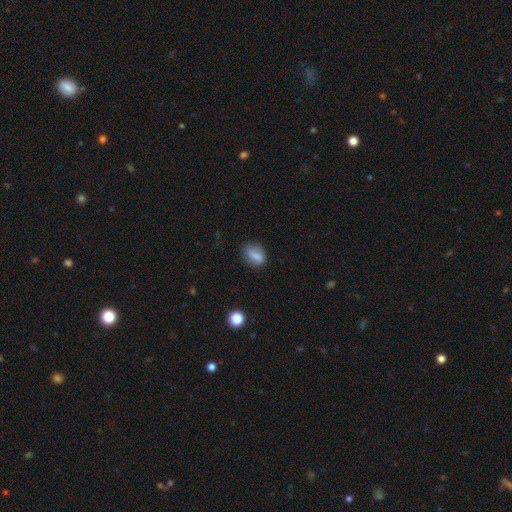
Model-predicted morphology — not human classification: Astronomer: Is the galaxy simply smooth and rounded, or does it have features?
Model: smooth — 75%.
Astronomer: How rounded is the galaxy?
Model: in between — 67%.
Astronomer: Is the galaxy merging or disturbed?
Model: none — 71%.